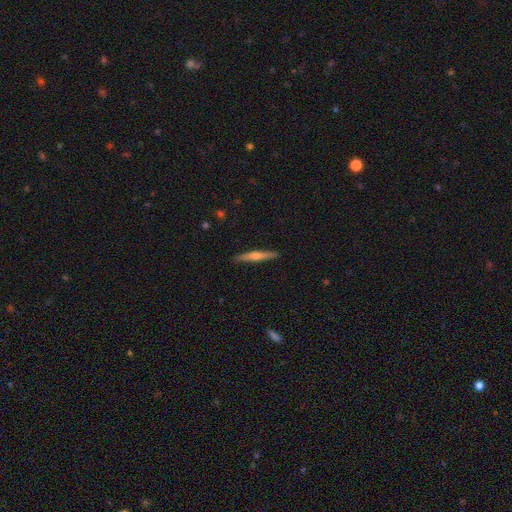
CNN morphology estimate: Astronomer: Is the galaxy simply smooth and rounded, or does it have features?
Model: featured or disk — 63%.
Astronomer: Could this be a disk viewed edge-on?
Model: yes — 98%.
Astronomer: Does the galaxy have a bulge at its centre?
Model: rounded — 79%.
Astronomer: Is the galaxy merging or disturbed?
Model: none — 91%.